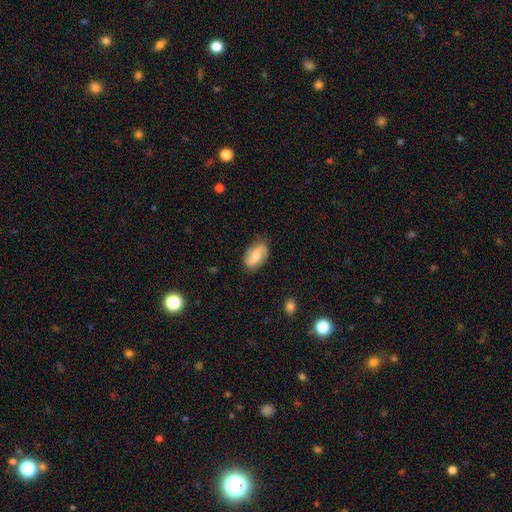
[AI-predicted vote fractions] Smooth or featured: featured or disk — 53% (smooth — 40%)
Edge-on disk: no — 96% (yes — 4%)
Bar: weak — 44% (no — 41%)
Spiral arms: yes — 90% (no — 10%)
Bulge size: moderate — 51% (small — 27%)
Merging: none — 81% (minor disturbance — 14%)